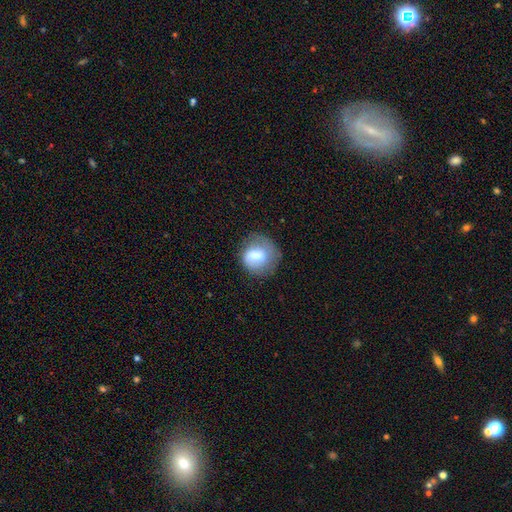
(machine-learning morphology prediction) A smooth galaxy with no disk features (67%) that is round (78%). Merging: none (60%).